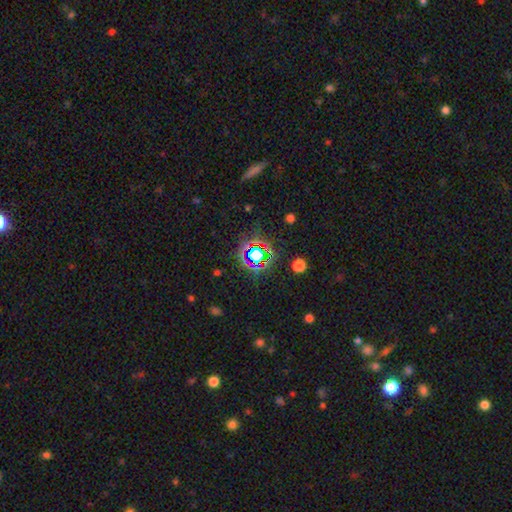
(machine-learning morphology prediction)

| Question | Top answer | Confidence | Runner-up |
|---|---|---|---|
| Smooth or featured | star or artifact | 71% | smooth (18%) |